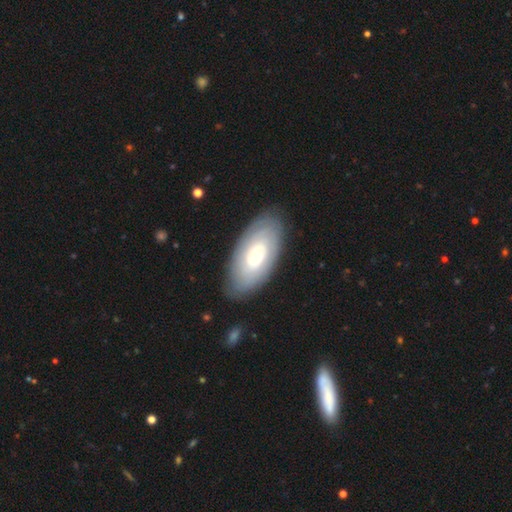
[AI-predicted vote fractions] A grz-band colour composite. It shows a featured or disk galaxy (59%) with no bar (81%), spiral arms (52%) and a moderate central bulge (50%). Merging: none (84%).